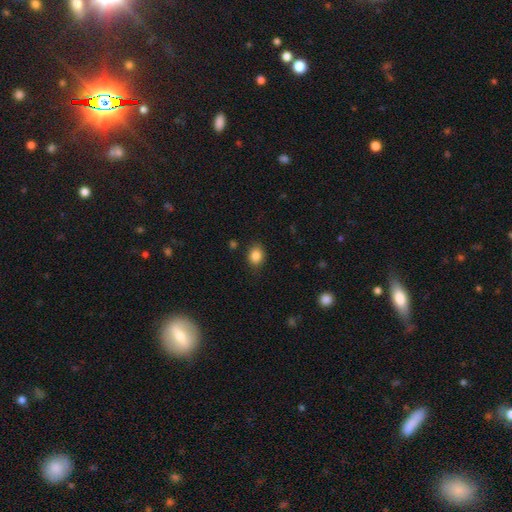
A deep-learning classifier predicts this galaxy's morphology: Smooth or featured: smooth — 85% (star or artifact — 10%)
How rounded: in between — 51% (round — 48%)
Merging: none — 85% (minor disturbance — 11%)